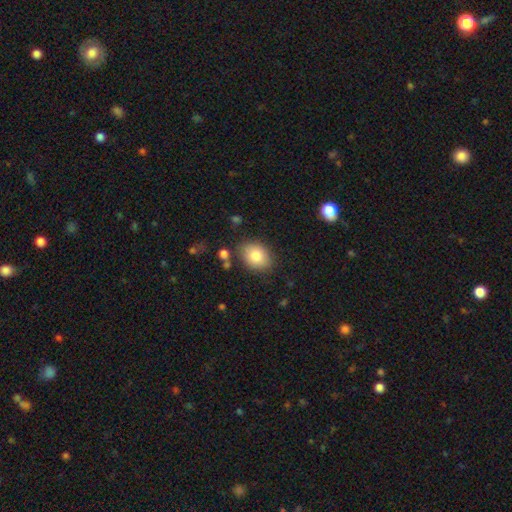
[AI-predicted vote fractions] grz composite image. It shows a smooth galaxy with no disk features (83%) that is in between round and cigar-shaped (65%). Merging: none (80%).